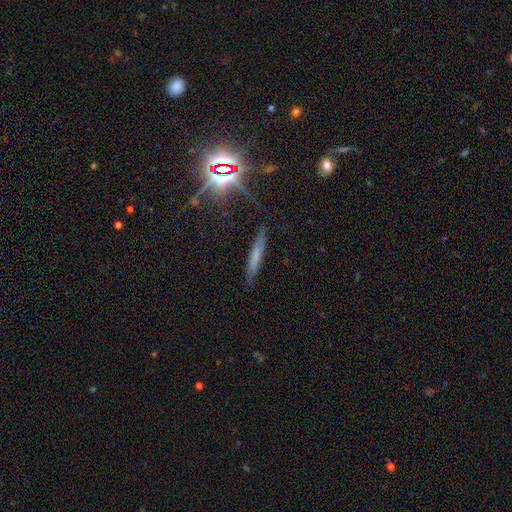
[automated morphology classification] Smooth or featured?
  - smooth: 55% *
  - featured or disk: 27%
  - star or artifact: 18%
How rounded?
  - cigar-shaped: 92% *
  - in between: 6%
  - round: 2%
Merging?
  - none: 84% *
  - minor disturbance: 12%
  - major disturbance: 3%
  - merger: 2%